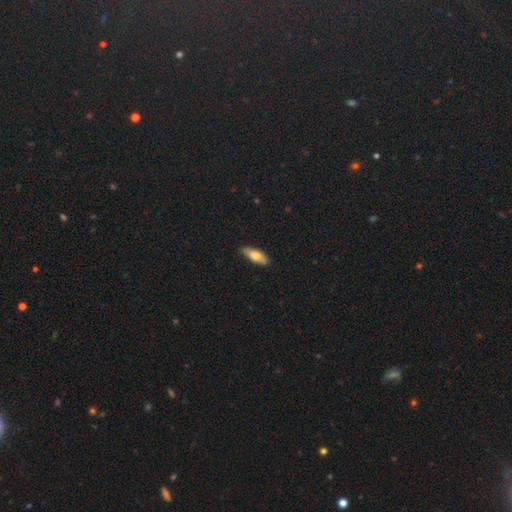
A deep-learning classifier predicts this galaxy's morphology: smooth 70%, featured or disk 24%, star or artifact 6%. Down the decision tree: how rounded — in between (70%); merging — none (81%).